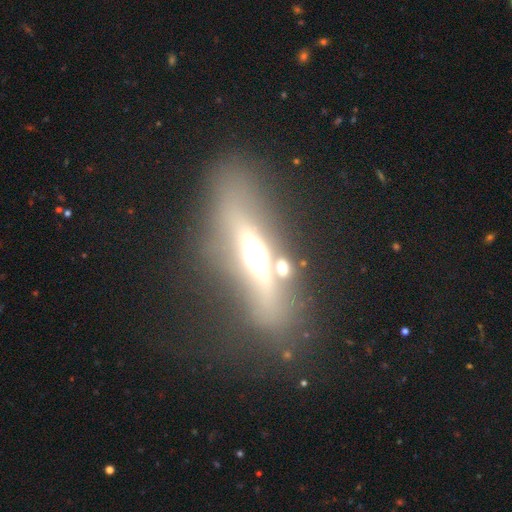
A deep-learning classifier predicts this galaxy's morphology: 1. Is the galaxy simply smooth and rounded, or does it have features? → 57% featured or disk, 26% smooth, 17% star or artifact.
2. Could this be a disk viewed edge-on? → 71% yes, 29% no.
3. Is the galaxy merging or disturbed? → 59% none, 15% merger, 13% minor disturbance, 13% major disturbance.